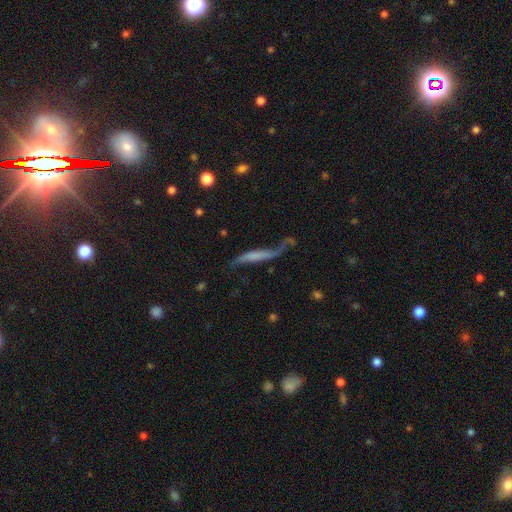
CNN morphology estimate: Overall: featured or disk (62%; smooth 30%). Edge-on disk: no (57%; yes 43%). Merging: none (41%; major disturbance 27%).